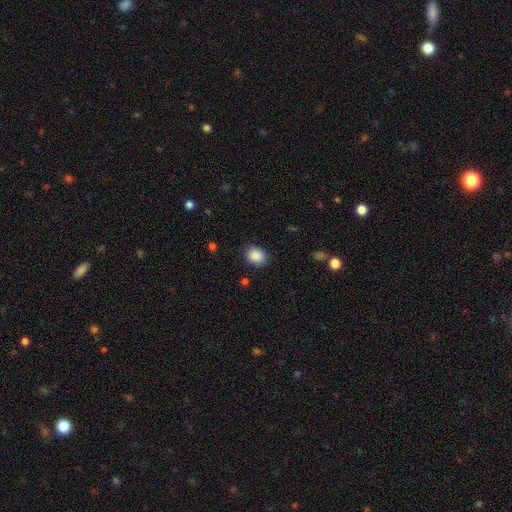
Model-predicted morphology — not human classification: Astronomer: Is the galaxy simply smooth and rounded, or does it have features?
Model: smooth — 89%.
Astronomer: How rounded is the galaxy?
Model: in between — 53% (runner-up: round, 46%).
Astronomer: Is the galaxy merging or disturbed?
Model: none — 83%.